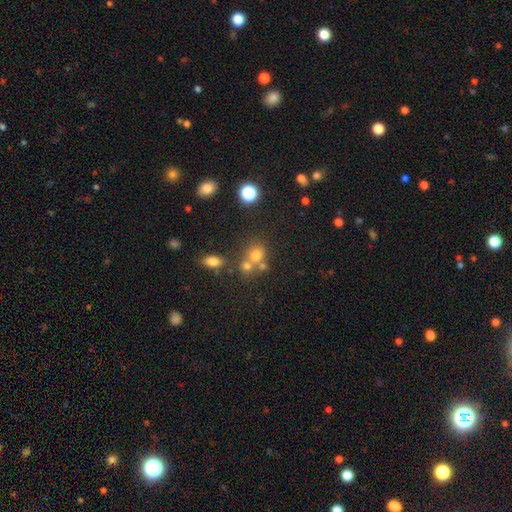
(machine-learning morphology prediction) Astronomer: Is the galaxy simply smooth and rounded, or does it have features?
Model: smooth — 63%.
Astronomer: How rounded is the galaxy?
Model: round — 78%.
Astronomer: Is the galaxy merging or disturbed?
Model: none — 47% (runner-up: merger, 41%).